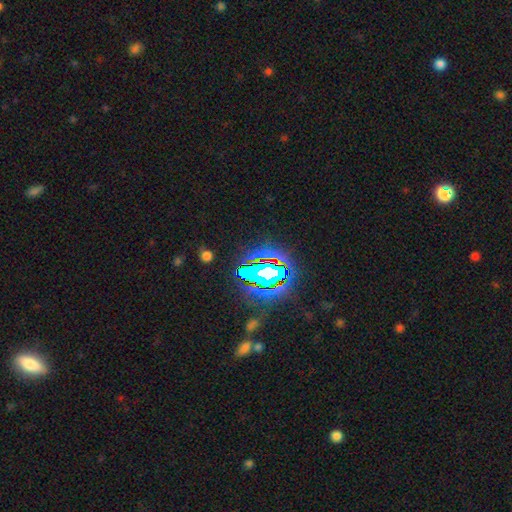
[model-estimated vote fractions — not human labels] A star or artifact, not a galaxy (80%).